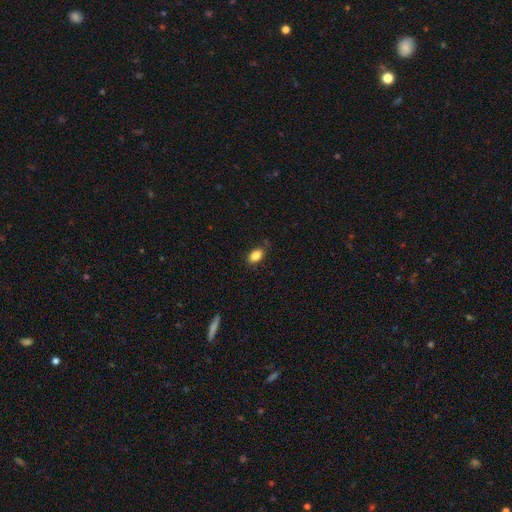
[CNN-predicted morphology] The model was most divided on "merging": none: 81%, minor disturbance: 15%, major disturbance: 3%, merger: 2%. More confident: how rounded — in between (87%); smooth or featured — smooth (86%).